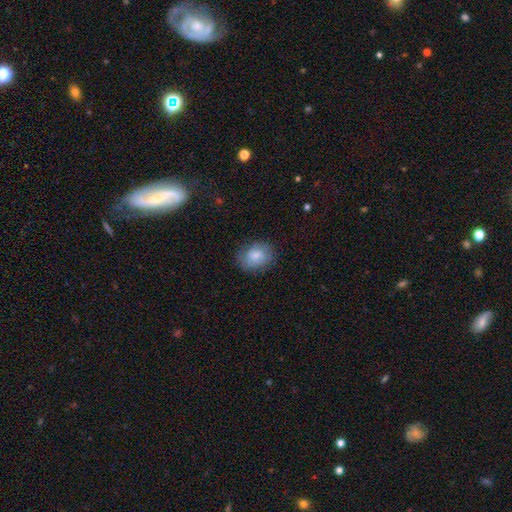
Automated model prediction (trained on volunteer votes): Morphology: type=smooth (77%); roundness=in between (56%); merging=none (75%).